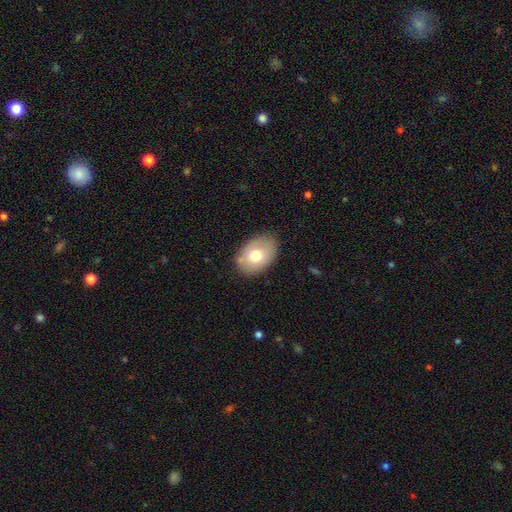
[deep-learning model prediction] Smooth or featured: smooth — 70% (featured or disk — 23%)
How rounded: in between — 82% (round — 17%)
Merging: none — 77% (minor disturbance — 17%)